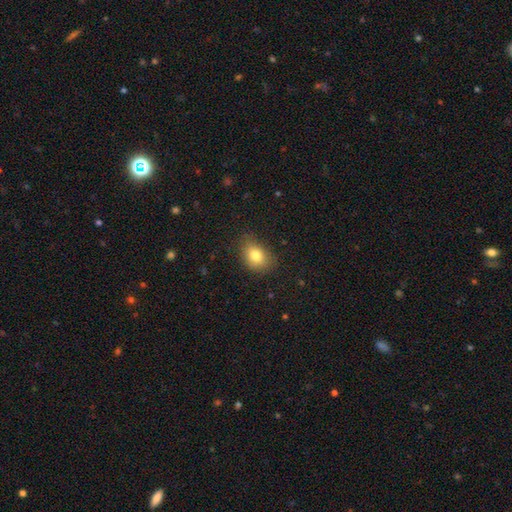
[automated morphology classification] Smooth or featured?
  - smooth: 80% *
  - featured or disk: 10%
  - star or artifact: 10%
How rounded?
  - in between: 72% *
  - round: 27%
  - cigar-shaped: 1%
Merging?
  - none: 75% *
  - minor disturbance: 19%
  - major disturbance: 4%
  - merger: 1%